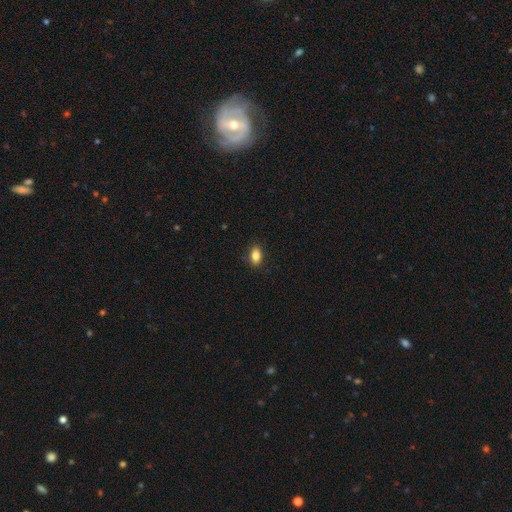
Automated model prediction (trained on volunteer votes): smooth_or_featured: smooth (p=0.85) [alt: star or artifact p=0.09]
how_rounded: in between (p=0.85) [alt: round p=0.12]
merging: none (p=0.87) [alt: minor disturbance p=0.09]